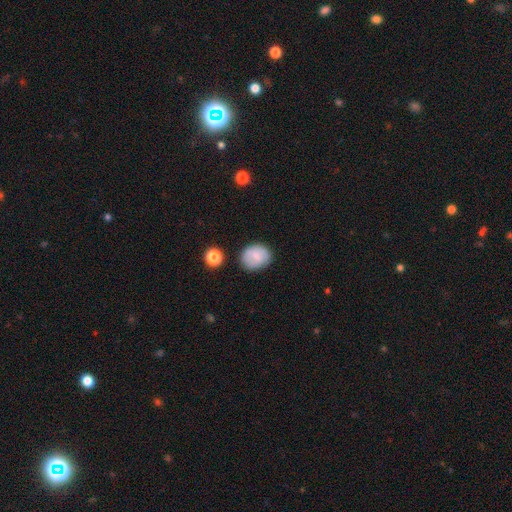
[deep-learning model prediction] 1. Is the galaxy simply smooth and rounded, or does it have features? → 72% smooth, 20% featured or disk, 8% star or artifact.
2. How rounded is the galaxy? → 61% round, 38% in between, 1% cigar-shaped.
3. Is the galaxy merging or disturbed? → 75% none, 17% minor disturbance, 4% major disturbance, 3% merger.